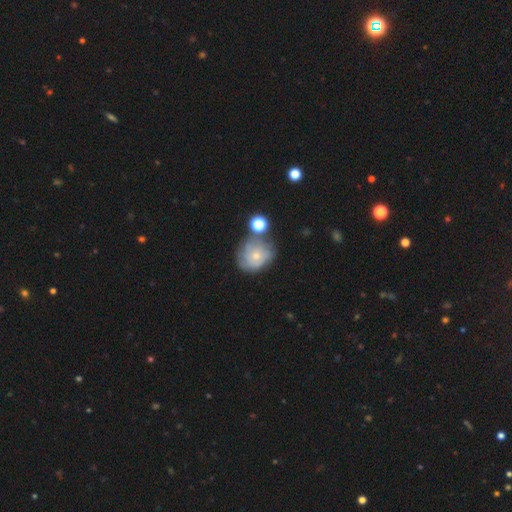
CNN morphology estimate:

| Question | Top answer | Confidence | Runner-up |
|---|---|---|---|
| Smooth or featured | smooth | 45% | featured or disk (44%) |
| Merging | none | 49% | minor disturbance (24%) |